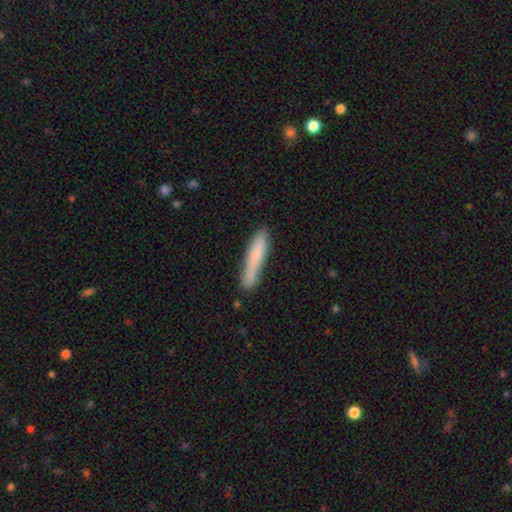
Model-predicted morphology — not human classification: Smooth or featured? smooth (76%)
How rounded? cigar-shaped (90%)
Merging? none (73%)